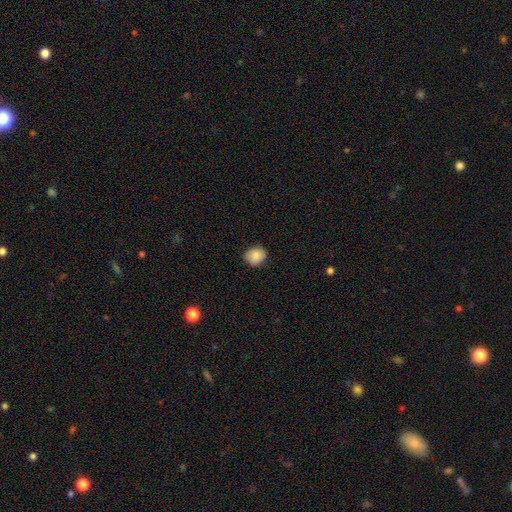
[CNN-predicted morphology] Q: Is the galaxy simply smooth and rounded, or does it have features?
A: smooth — 86%.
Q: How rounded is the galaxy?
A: round — 67%.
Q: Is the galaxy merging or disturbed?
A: none — 82%.